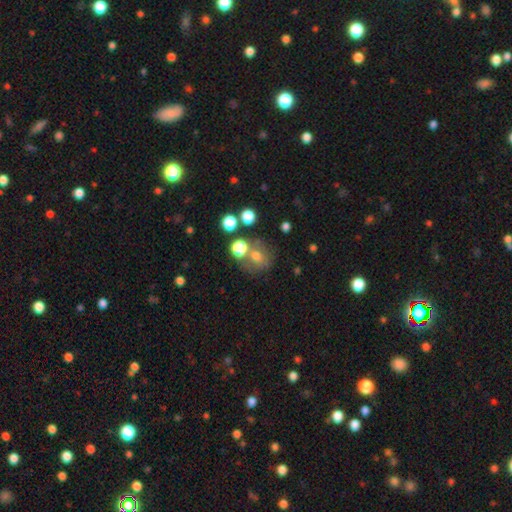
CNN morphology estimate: Smooth or featured?
  - smooth: 59% *
  - star or artifact: 23%
  - featured or disk: 18%
How rounded?
  - round: 80% *
  - in between: 19%
  - cigar-shaped: 1%
Merging?
  - none: 58% *
  - merger: 23%
  - minor disturbance: 12%
  - major disturbance: 6%